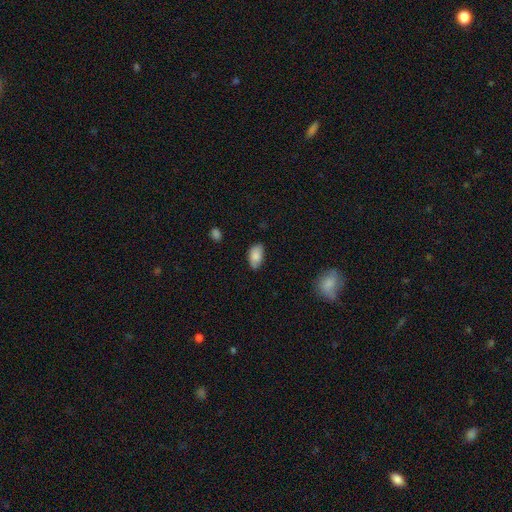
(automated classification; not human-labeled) Morphology: type=smooth (85%); roundness=in between (94%); merging=none (76%).